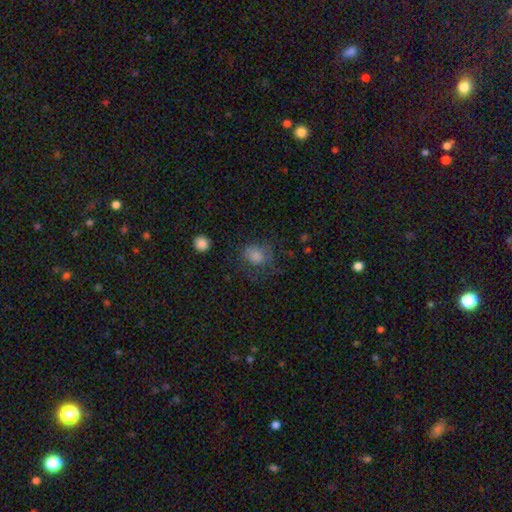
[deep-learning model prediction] Smooth or featured? Predicted: smooth (p=0.72). How rounded? Predicted: round (p=0.51). Merging? Predicted: none (p=0.59).